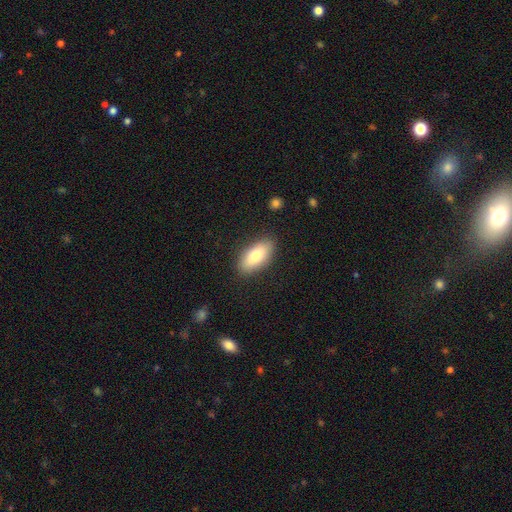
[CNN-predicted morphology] A smooth galaxy with no disk features (78%) that is in between round and cigar-shaped (88%). Merging: none (87%).